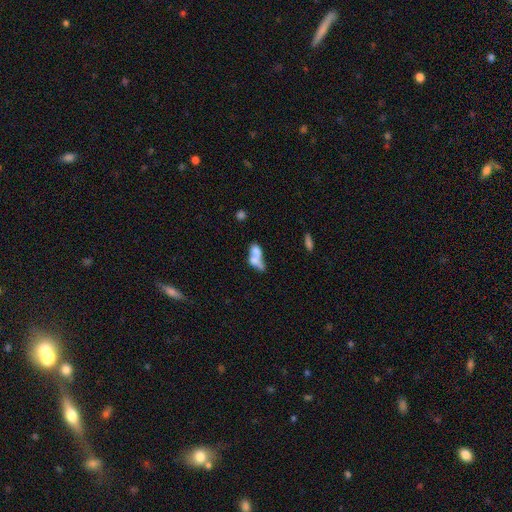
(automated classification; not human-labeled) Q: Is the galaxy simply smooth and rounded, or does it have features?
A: smooth — 59%.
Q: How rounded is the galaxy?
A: in between — 68%.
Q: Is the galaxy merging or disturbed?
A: merger — 66%.